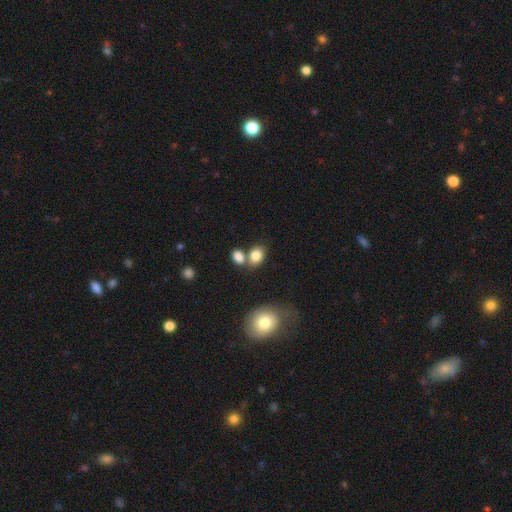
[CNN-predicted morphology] Smooth or featured? Predicted: smooth (p=0.84). How rounded? Predicted: in between (p=0.70). Merging? Predicted: none (p=0.51).